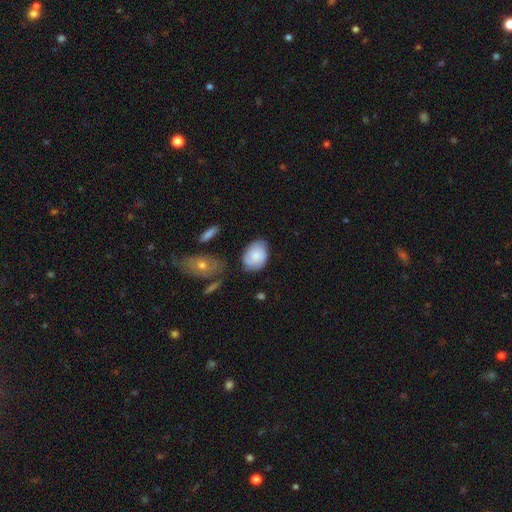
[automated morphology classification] Smooth or featured?
  - smooth: 71% *
  - featured or disk: 22%
  - star or artifact: 7%
How rounded?
  - in between: 77% *
  - round: 22%
  - cigar-shaped: 1%
Merging?
  - none: 66% *
  - minor disturbance: 24%
  - major disturbance: 6%
  - merger: 4%